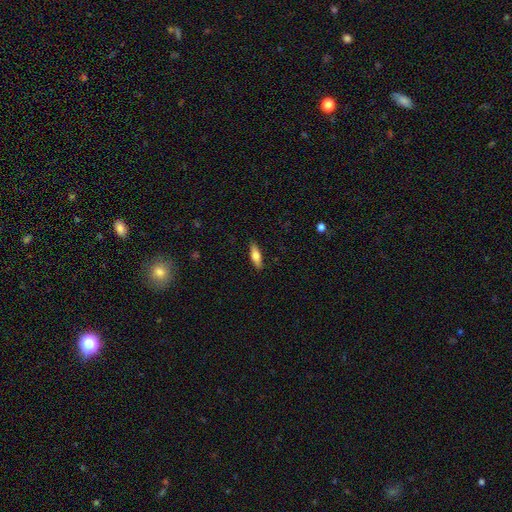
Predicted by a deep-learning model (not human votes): The model was most divided on "how rounded": in between: 51%, cigar-shaped: 47%, round: 2%. More confident: merging — none (88%); smooth or featured — smooth (69%).